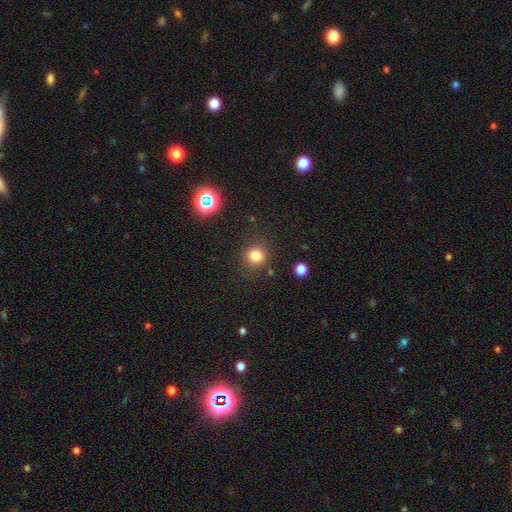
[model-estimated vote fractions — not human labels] A smooth galaxy with no disk features (79%) that is round (89%). Merging: none (85%).